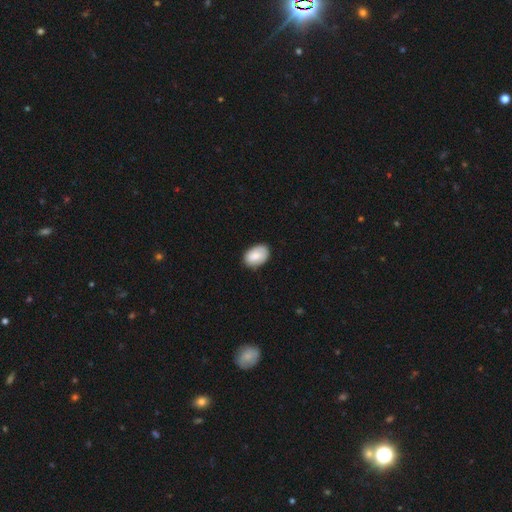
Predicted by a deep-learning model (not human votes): Smooth or featured? smooth (83%)
How rounded? in between (89%)
Merging? none (79%)